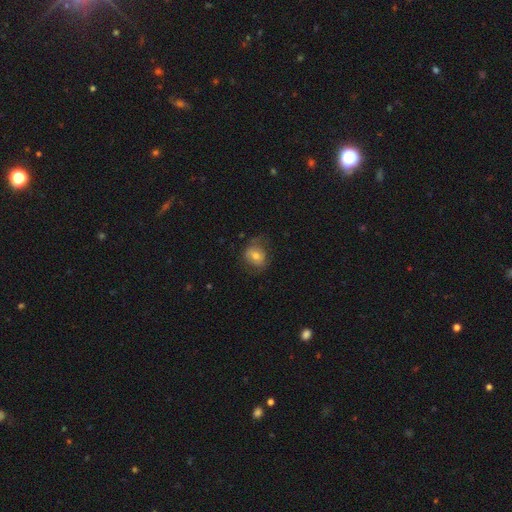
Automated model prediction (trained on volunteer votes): Morphology: type=smooth (60%); roundness=round (56%); merging=none (63%).